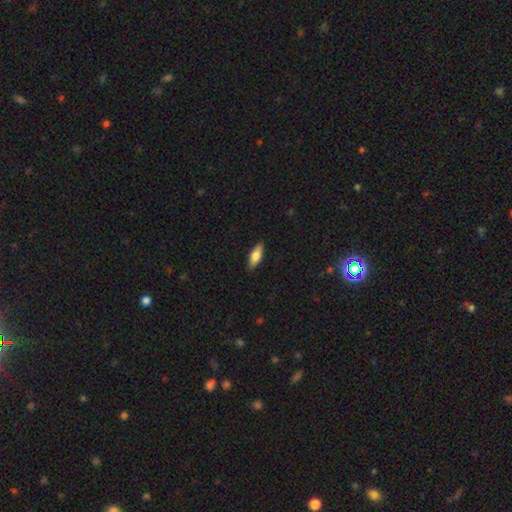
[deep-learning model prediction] smooth-or-featured: smooth: 74% | featured or disk: 20% | star or artifact: 6%
  how-rounded: in between: 71% | cigar-shaped: 26% | round: 2%
  merging: none: 88% | minor disturbance: 9% | major disturbance: 2% | merger: 1%